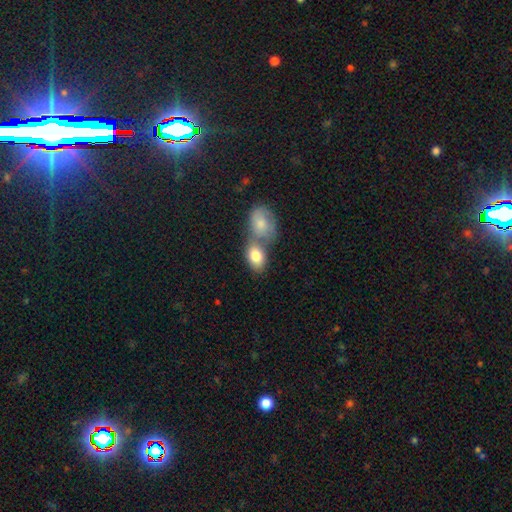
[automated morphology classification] A smooth galaxy with no disk features (80%) that is in between round and cigar-shaped (84%).

Vote fractions:
- Smooth or featured? smooth: 80% / featured or disk: 14% / star or artifact: 7%
- How rounded? in between: 84% / round: 14% / cigar-shaped: 2%
- Merging? merger: 57% / none: 29% / minor disturbance: 10% / major disturbance: 4%